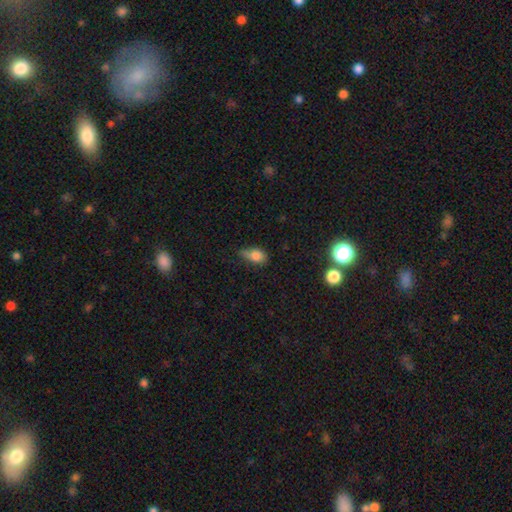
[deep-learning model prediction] Smooth or featured?
  - smooth: 79% *
  - star or artifact: 10%
  - featured or disk: 10%
How rounded?
  - in between: 79% *
  - round: 16%
  - cigar-shaped: 5%
Merging?
  - minor disturbance: 45% *
  - none: 36%
  - major disturbance: 15%
  - merger: 4%